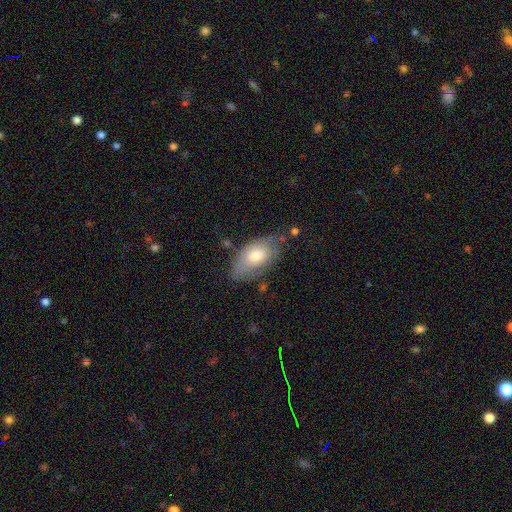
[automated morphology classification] This is likely a smooth galaxy (71%). How rounded: clearly in between (92%). Merging: likely none (62%).